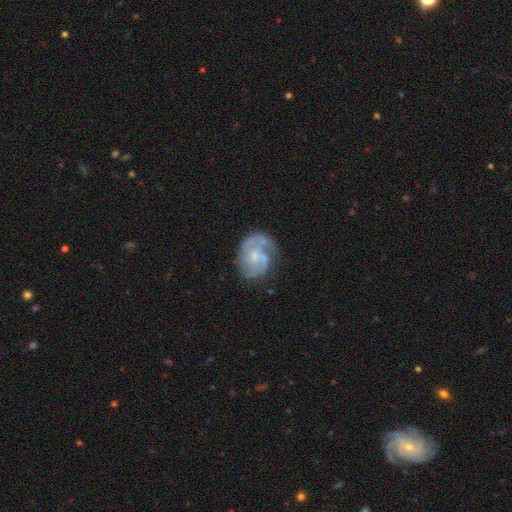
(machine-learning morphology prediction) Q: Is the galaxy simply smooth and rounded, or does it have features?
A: featured or disk — 76%.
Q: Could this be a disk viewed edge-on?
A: no — 98%.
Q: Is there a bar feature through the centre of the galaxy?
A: no — 65%.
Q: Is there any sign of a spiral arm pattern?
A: yes — 87%.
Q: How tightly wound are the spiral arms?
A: medium — 44%.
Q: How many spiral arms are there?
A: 2 — 52%.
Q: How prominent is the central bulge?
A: small — 52%.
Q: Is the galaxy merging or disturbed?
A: none — 53%.